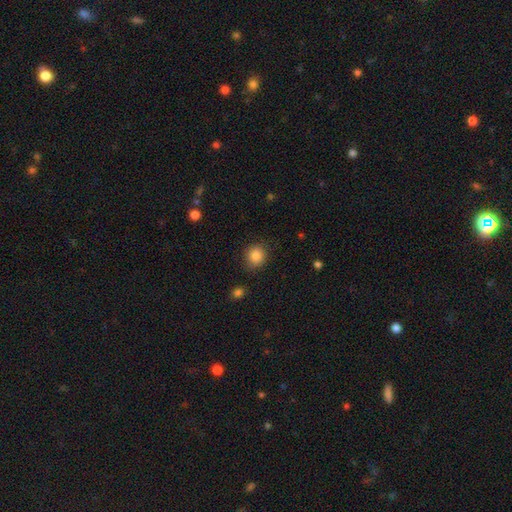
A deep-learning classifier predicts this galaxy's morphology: Smooth or featured?
  - smooth: 86% *
  - star or artifact: 10%
  - featured or disk: 4%
How rounded?
  - round: 85% *
  - in between: 15%
  - cigar-shaped: 1%
Merging?
  - none: 85% *
  - minor disturbance: 10%
  - major disturbance: 3%
  - merger: 2%